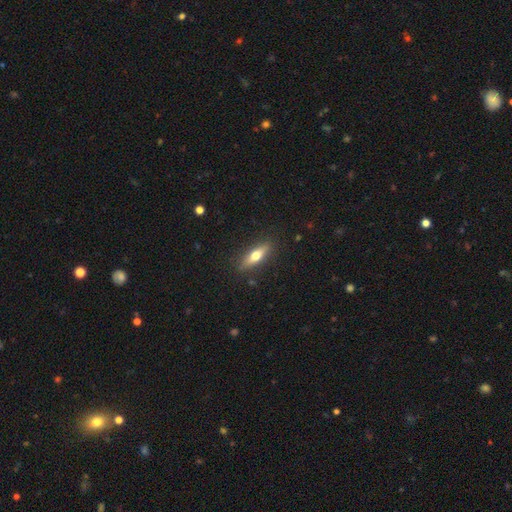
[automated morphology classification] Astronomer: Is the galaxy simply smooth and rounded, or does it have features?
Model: smooth — 58% (runner-up: featured or disk, 36%).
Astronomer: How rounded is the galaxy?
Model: cigar-shaped — 57% (runner-up: in between, 40%).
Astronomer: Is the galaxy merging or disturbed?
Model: none — 87%.